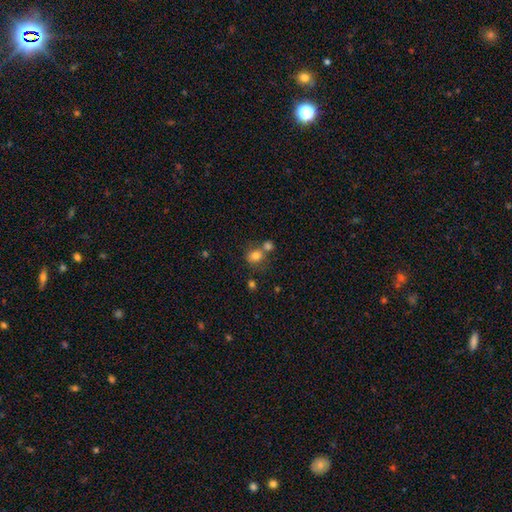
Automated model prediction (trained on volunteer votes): smooth-or-featured: smooth: 78% | star or artifact: 12% | featured or disk: 10%
  how-rounded: round: 72% | in between: 27% | cigar-shaped: 1%
  merging: none: 50% | merger: 35% | minor disturbance: 11% | major disturbance: 5%